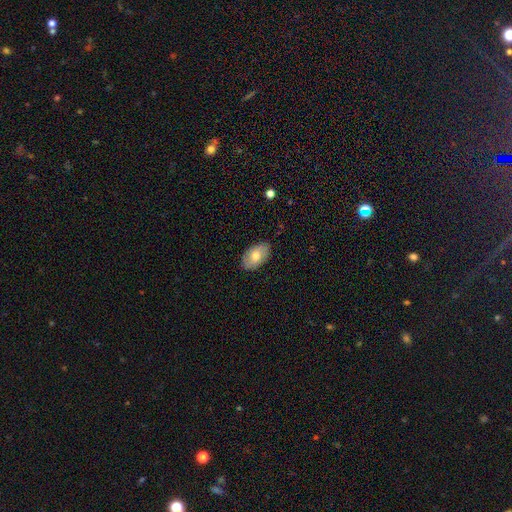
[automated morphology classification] Smooth or featured: smooth — 69% (featured or disk — 24%)
How rounded: in between — 93% (round — 5%)
Merging: none — 85% (minor disturbance — 12%)